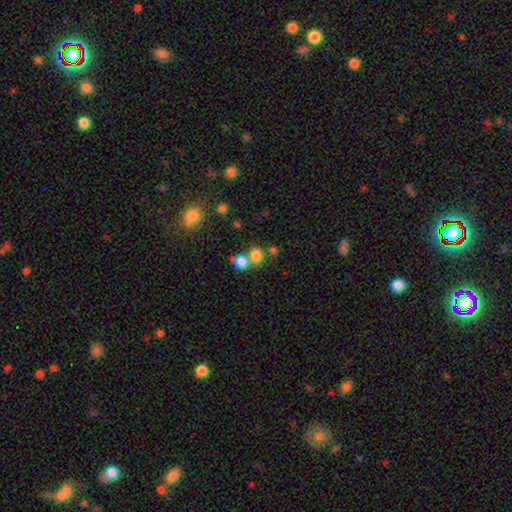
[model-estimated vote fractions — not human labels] Q: Smooth or featured?
A: smooth (78%); runner-up: star or artifact (14%)
Q: How rounded?
A: round (83%); runner-up: in between (16%)
Q: Merging?
A: none (50%); runner-up: merger (39%)